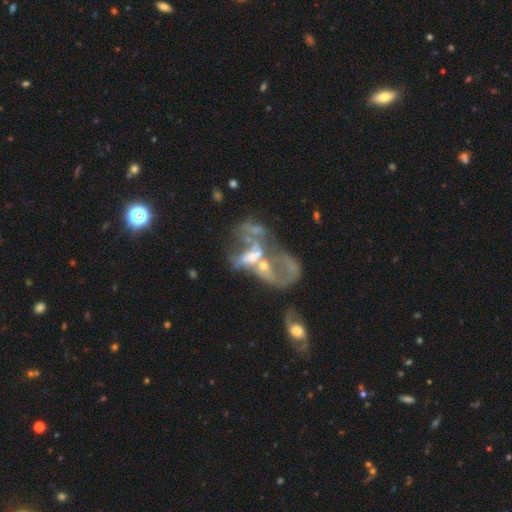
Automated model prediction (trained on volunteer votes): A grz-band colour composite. It shows a featured or disk galaxy (68%) with no bar (74%), no spiral arms (65%) and a small central bulge (34%). Merging: merger (63%).